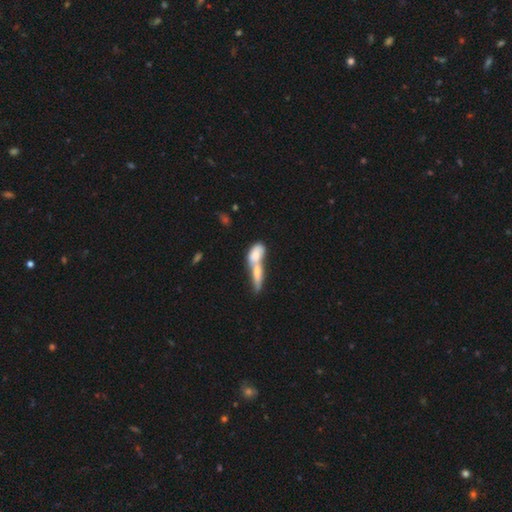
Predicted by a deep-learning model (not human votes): Morphology: type=smooth (65%); roundness=in between (64%); merging=merger (76%).